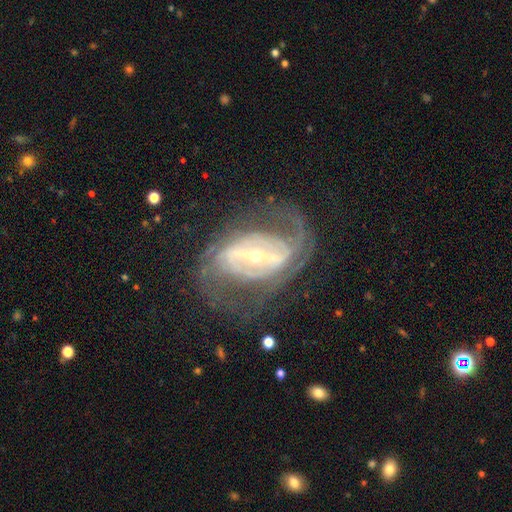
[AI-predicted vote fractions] Smooth or featured? featured or disk (89%)
Edge-on disk? no (95%)
Bar? strong (67%)
Spiral arms? yes (93%)
Spiral winding? medium (45%)
Spiral arm count? 2 (56%)
Bulge size? small (71%)
Merging? none (59%)